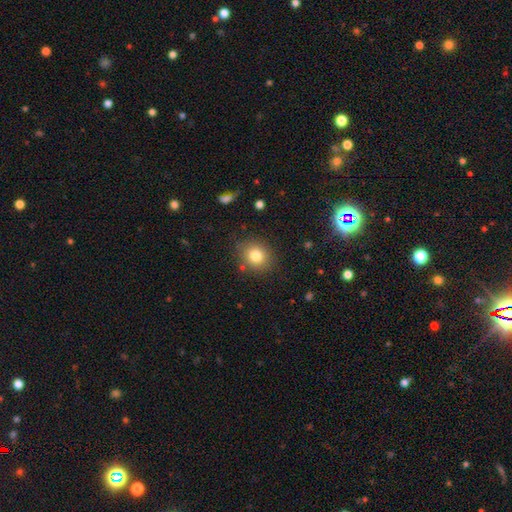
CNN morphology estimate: smooth 80%, star or artifact 11%, featured or disk 9%. Down the decision tree: how rounded — round (70%); merging — none (84%).